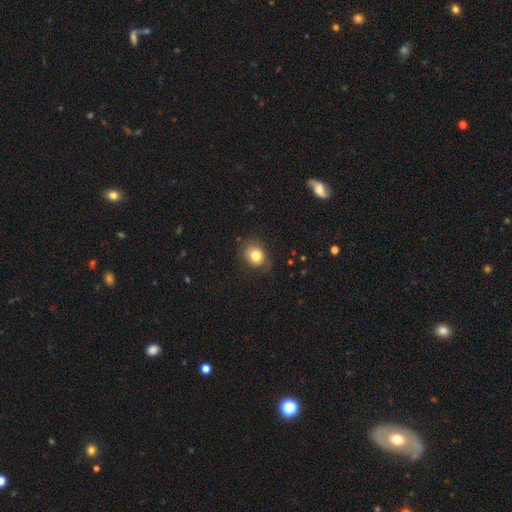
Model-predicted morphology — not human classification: A smooth galaxy with no disk features (79%) that is round (63%).

Vote fractions:
- Smooth or featured? smooth: 79% / star or artifact: 10% / featured or disk: 10%
- How rounded? round: 63% / in between: 36% / cigar-shaped: 1%
- Merging? none: 76% / minor disturbance: 18% / major disturbance: 5% / merger: 1%